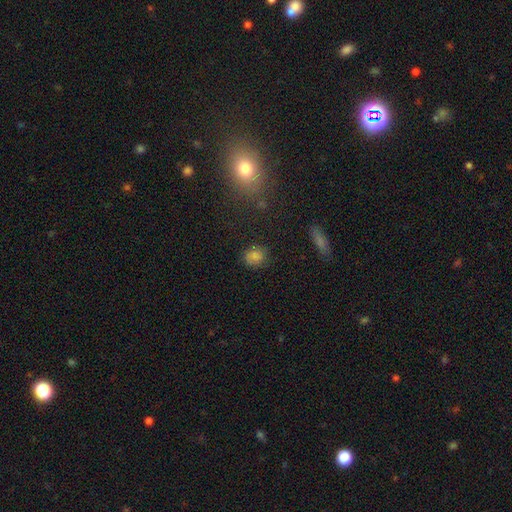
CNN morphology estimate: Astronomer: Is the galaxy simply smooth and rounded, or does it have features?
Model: smooth — 77%.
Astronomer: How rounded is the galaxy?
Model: round — 75%.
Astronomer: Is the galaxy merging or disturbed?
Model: none — 80%.